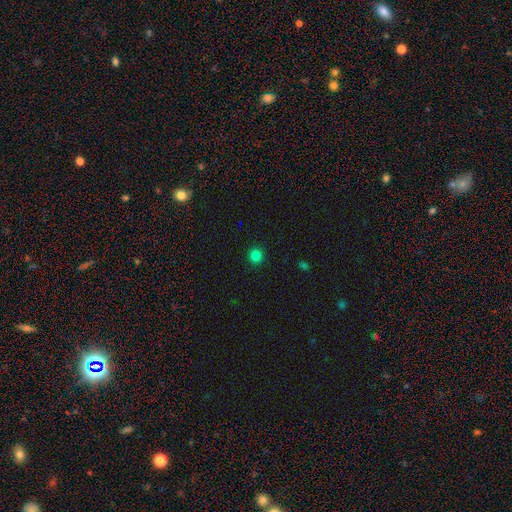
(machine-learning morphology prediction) Q: Smooth or featured?
A: smooth (82%); runner-up: star or artifact (14%)
Q: How rounded?
A: round (94%); runner-up: in between (5%)
Q: Merging?
A: none (93%); runner-up: minor disturbance (5%)